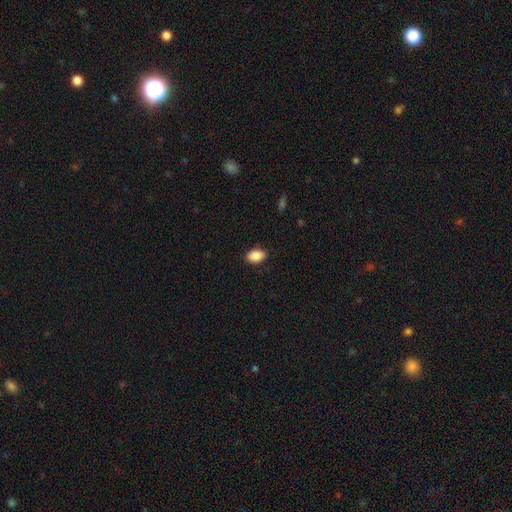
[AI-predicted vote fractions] The model was most divided on "how rounded": in between: 88%, round: 11%, cigar-shaped: 1%. More confident: smooth or featured — smooth (89%); merging — none (88%).